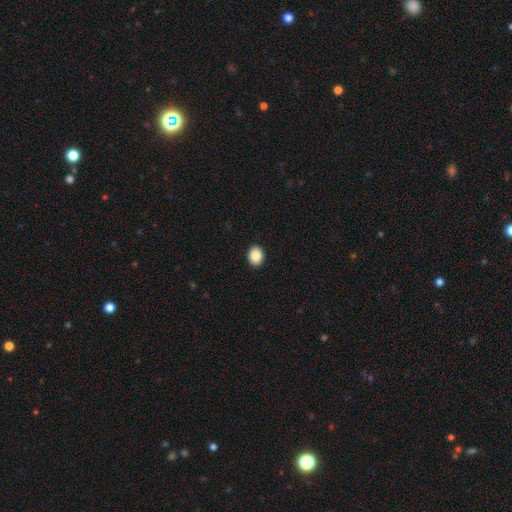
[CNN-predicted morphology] A smooth galaxy with no disk features (88%) that is in between round and cigar-shaped (55%).

Vote fractions:
- Smooth or featured? smooth: 88% / star or artifact: 8% / featured or disk: 4%
- How rounded? in between: 55% / round: 45% / cigar-shaped: 1%
- Merging? none: 92% / minor disturbance: 6% / major disturbance: 2% / merger: 1%